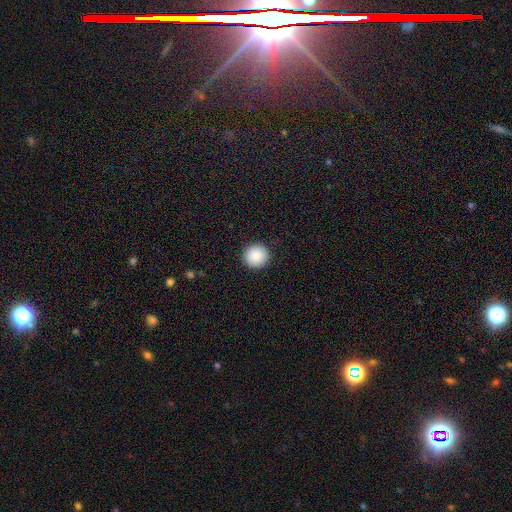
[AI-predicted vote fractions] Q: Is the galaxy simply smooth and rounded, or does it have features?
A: smooth — 88%.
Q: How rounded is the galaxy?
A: round — 94%.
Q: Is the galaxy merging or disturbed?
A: none — 92%.